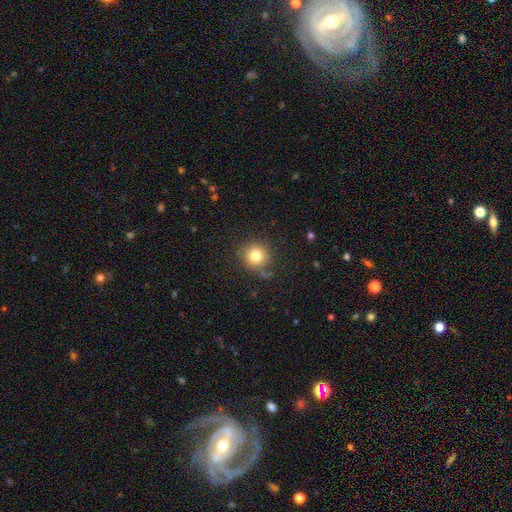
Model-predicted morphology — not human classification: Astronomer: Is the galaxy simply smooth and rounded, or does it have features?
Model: smooth — 79%.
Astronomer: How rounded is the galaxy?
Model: round — 92%.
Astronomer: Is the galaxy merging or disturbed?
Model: none — 79%.